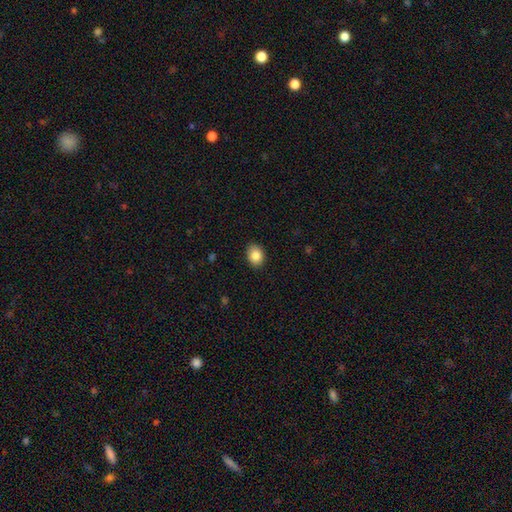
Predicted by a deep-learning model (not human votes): Overall: smooth (85%). How rounded: in between (59%; round 40%). Merging: none (89%).